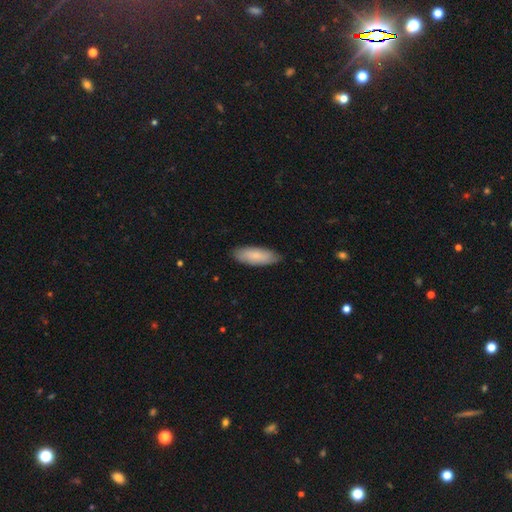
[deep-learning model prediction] Smooth or featured: smooth — 76% (featured or disk — 18%)
How rounded: in between — 69% (cigar-shaped — 29%)
Merging: none — 83% (minor disturbance — 13%)